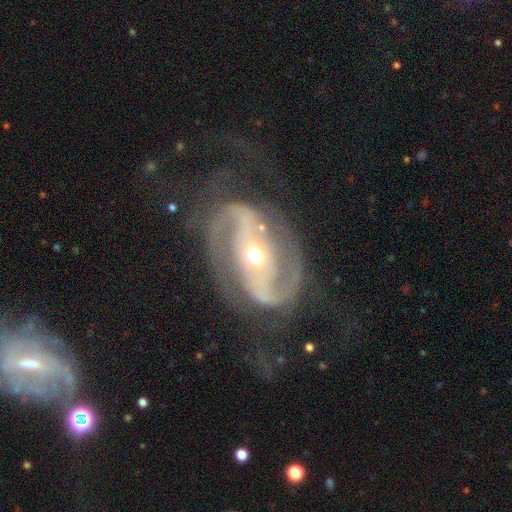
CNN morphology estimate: type=featured or disk (89%); edge-on=no (97%); bar=strong (42%); spiral arms=yes (91%); winding=medium (50%); arm count=2 (90%); bulge=moderate (67%); merging=none (69%).